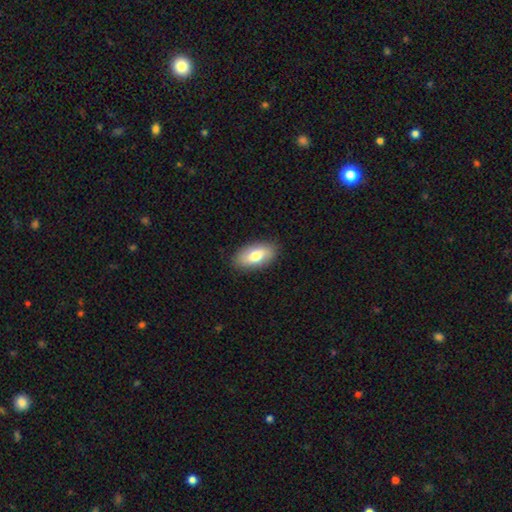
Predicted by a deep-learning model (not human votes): A smooth galaxy with no disk features (72%) that is in between round and cigar-shaped (93%). Merging: none (87%).